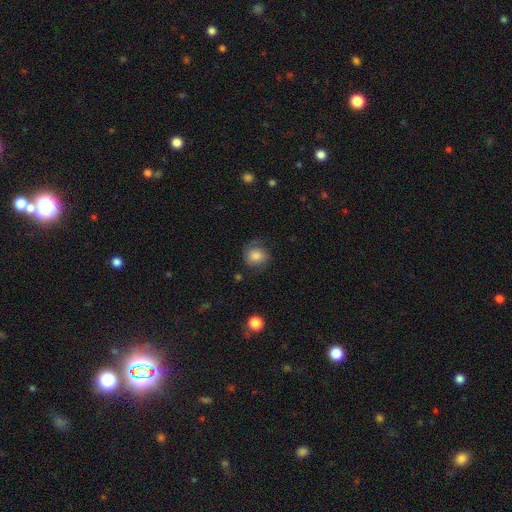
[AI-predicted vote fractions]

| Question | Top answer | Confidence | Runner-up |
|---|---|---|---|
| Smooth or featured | smooth | 65% | featured or disk (26%) |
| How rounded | round | 76% | in between (23%) |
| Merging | none | 62% | minor disturbance (24%) |